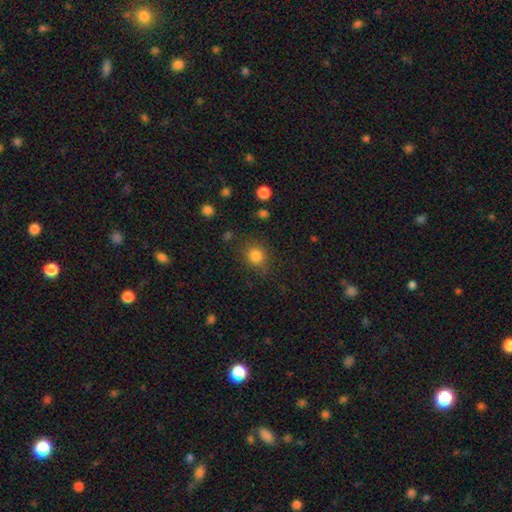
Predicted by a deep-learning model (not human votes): smooth 83%, star or artifact 12%, featured or disk 5%. Down the decision tree: how rounded — round (84%); merging — none (81%).